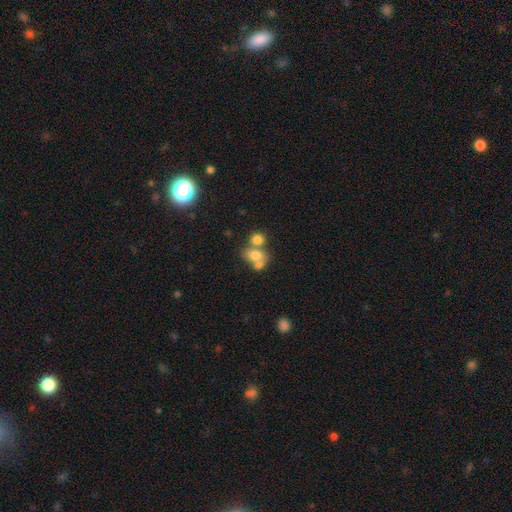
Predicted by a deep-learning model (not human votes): smooth 71%, featured or disk 18%, star or artifact 12%. Down the decision tree: how rounded — round (51%); merging — merger (55%).